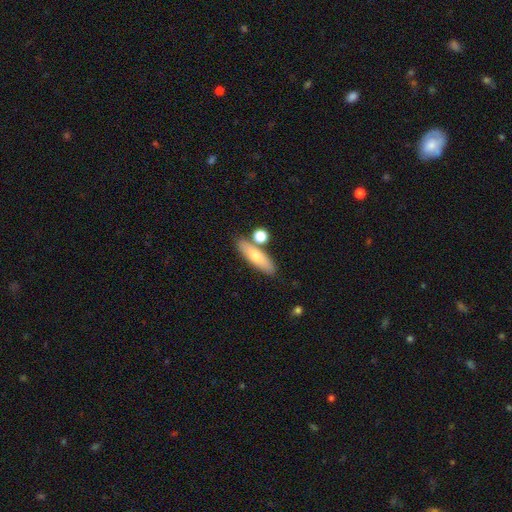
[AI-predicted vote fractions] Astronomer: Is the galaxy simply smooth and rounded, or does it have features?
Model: smooth — 68%.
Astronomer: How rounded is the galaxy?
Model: cigar-shaped — 54% (runner-up: in between, 42%).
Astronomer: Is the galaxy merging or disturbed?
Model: none — 73%.